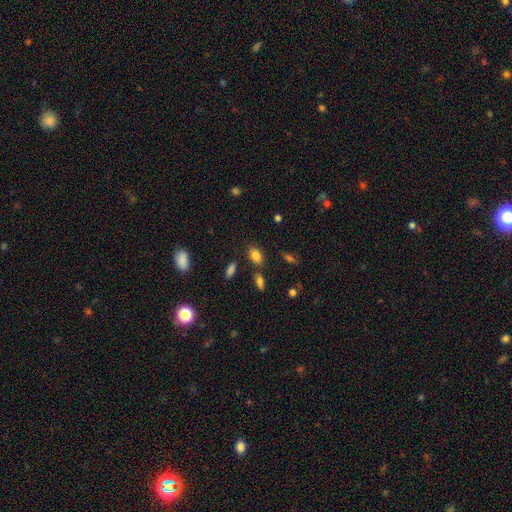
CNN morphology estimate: A smooth galaxy with no disk features (82%) that is in between round and cigar-shaped (84%).

Vote fractions:
- Smooth or featured? smooth: 82% / star or artifact: 11% / featured or disk: 8%
- How rounded? in between: 84% / round: 13% / cigar-shaped: 2%
- Merging? none: 75% / minor disturbance: 13% / merger: 8% / major disturbance: 4%